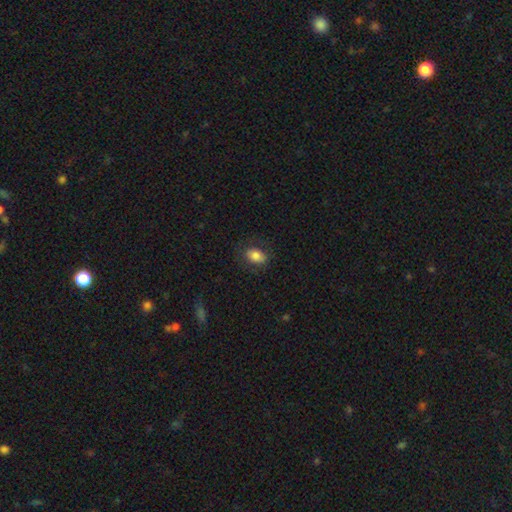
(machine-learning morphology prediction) smooth 81%, featured or disk 10%, star or artifact 9%. Down the decision tree: how rounded — in between (80%); merging — none (79%).